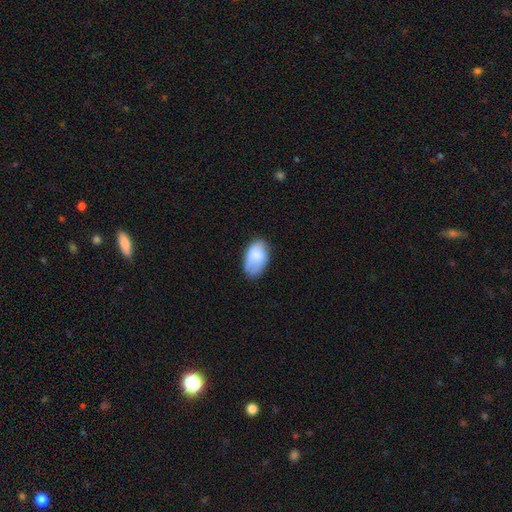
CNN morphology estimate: Smooth or featured? Predicted: smooth (p=0.76). How rounded? Predicted: in between (p=0.93). Merging? Predicted: none (p=0.62).